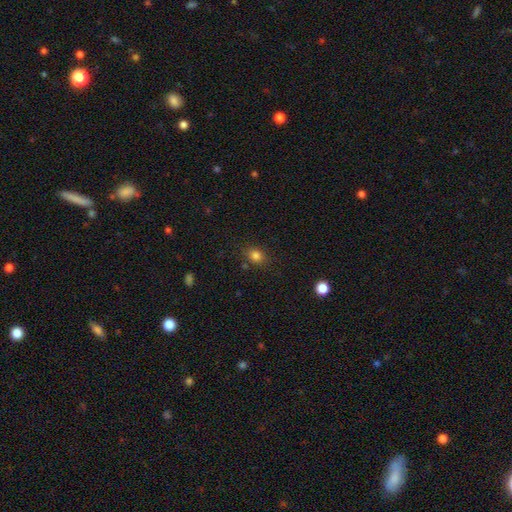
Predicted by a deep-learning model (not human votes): Smooth or featured? Predicted: smooth (p=0.81). How rounded? Predicted: round (p=0.54). Merging? Predicted: none (p=0.82).